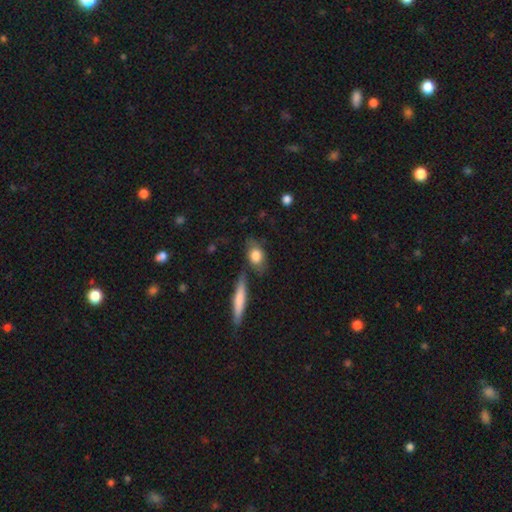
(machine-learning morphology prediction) smooth 74%, featured or disk 19%, star or artifact 7%. Down the decision tree: how rounded — in between (67%); merging — none (62%).